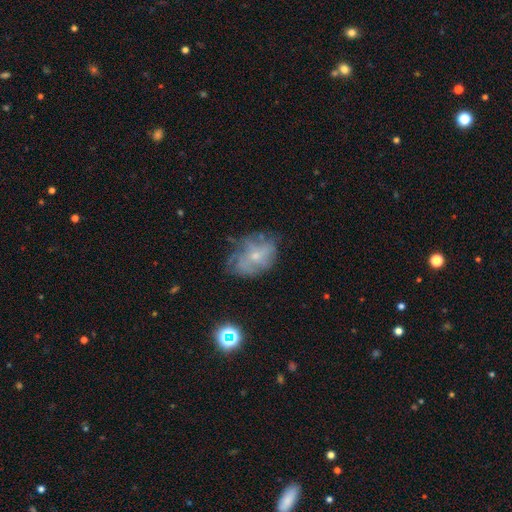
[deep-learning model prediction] featured or disk 57%, smooth 30%, star or artifact 13%. Down the decision tree: edge-on disk — no (96%); bar — no (79%); spiral arms — yes (60%); bulge size — small (70%); merging — none (57%).